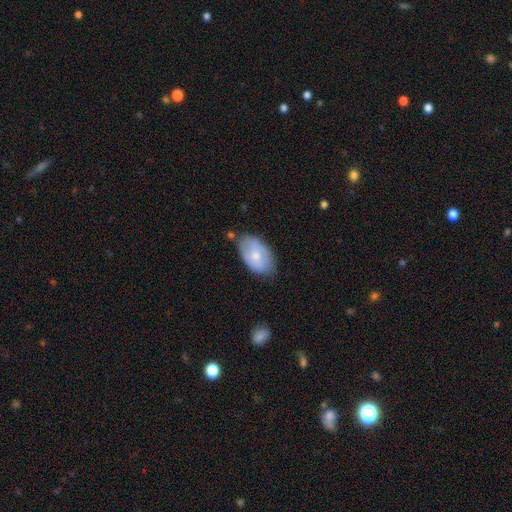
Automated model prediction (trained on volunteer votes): Smooth or featured?
  - smooth: 59% *
  - featured or disk: 35%
  - star or artifact: 6%
How rounded?
  - in between: 92% *
  - round: 7%
  - cigar-shaped: 1%
Merging?
  - none: 67% *
  - minor disturbance: 24%
  - major disturbance: 5%
  - merger: 4%